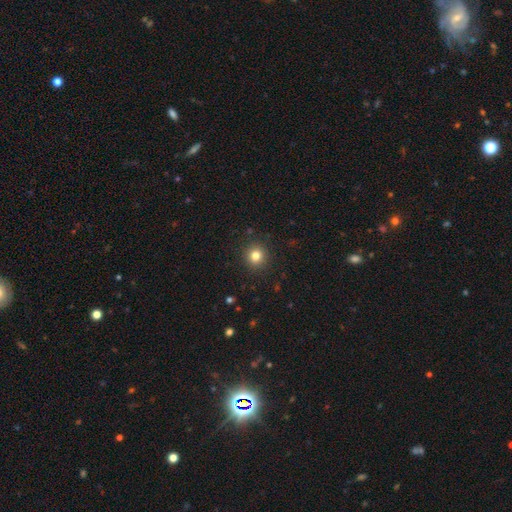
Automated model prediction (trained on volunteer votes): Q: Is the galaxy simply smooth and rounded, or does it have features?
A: smooth — 80%.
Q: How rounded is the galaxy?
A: round — 93%.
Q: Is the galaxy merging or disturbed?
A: none — 91%.